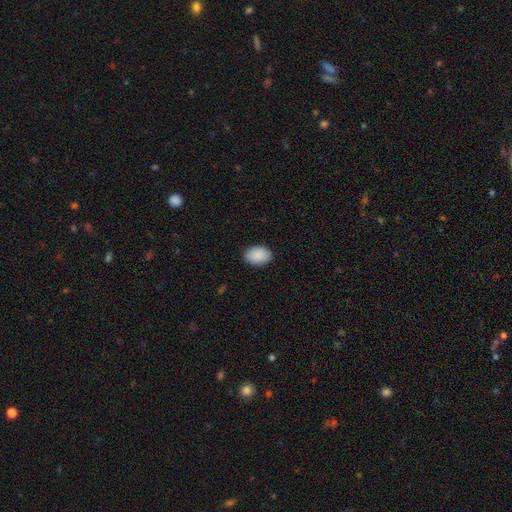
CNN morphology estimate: Smooth or featured: smooth — 91% (star or artifact — 6%)
How rounded: in between — 82% (round — 17%)
Merging: none — 89% (minor disturbance — 8%)